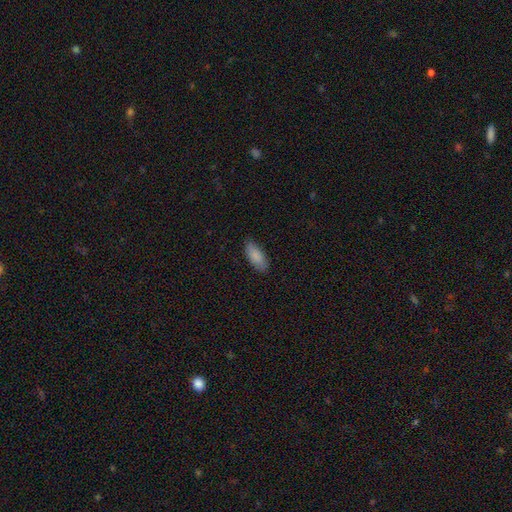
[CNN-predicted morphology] Smooth or featured?
  - smooth: 87% *
  - featured or disk: 7%
  - star or artifact: 6%
How rounded?
  - in between: 86% *
  - cigar-shaped: 12%
  - round: 2%
Merging?
  - none: 82% *
  - minor disturbance: 15%
  - major disturbance: 3%
  - merger: 1%